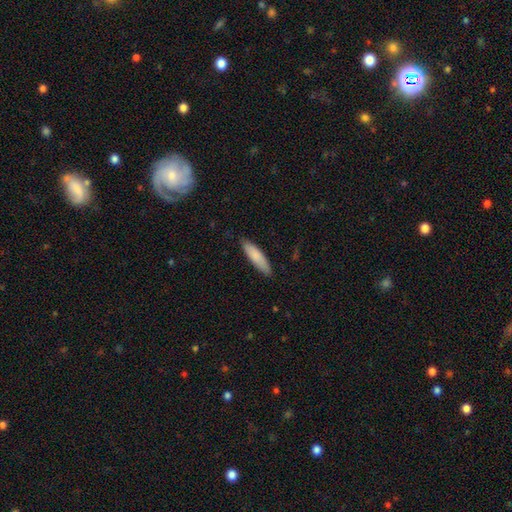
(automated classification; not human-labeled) Smooth or featured?
  - smooth: 83% *
  - featured or disk: 11%
  - star or artifact: 5%
How rounded?
  - cigar-shaped: 67% *
  - in between: 32%
  - round: 1%
Merging?
  - none: 85% *
  - minor disturbance: 12%
  - major disturbance: 2%
  - merger: 1%